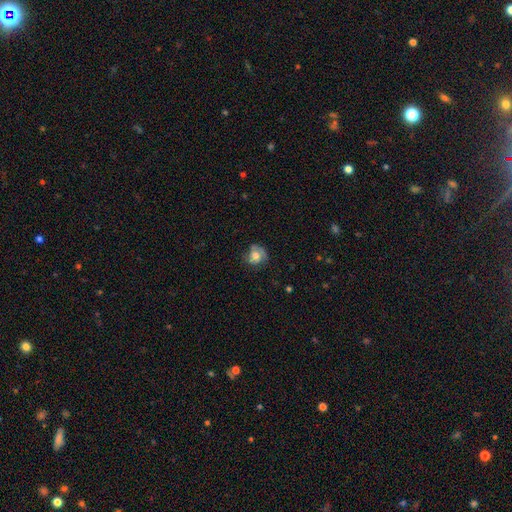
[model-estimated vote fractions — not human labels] Overall: smooth (53%; featured or disk 37%). How rounded: round (67%; in between 32%). Merging: none (53%; minor disturbance 27%).